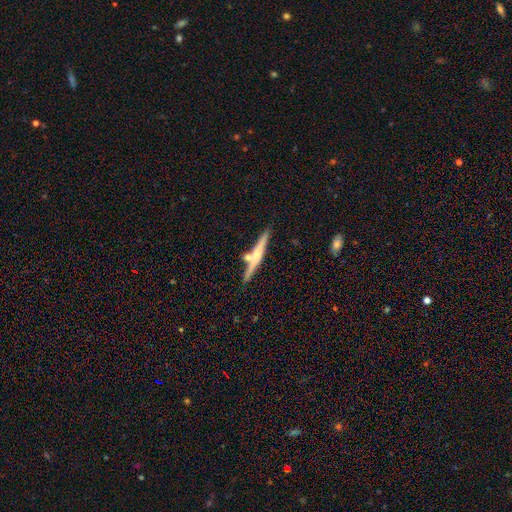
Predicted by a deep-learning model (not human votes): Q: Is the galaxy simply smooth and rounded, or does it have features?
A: featured or disk — 60%.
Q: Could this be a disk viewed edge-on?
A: yes — 96%.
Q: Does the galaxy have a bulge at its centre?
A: rounded — 78%.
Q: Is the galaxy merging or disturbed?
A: none — 71%.